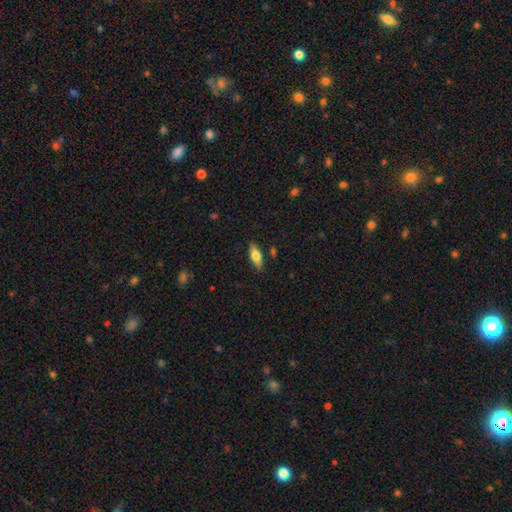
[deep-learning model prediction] A smooth galaxy with no disk features (64%) that is in between round and cigar-shaped (72%).

Vote fractions:
- Smooth or featured? smooth: 64% / featured or disk: 29% / star or artifact: 7%
- How rounded? in between: 72% / cigar-shaped: 26% / round: 3%
- Merging? none: 85% / minor disturbance: 11% / major disturbance: 2% / merger: 2%